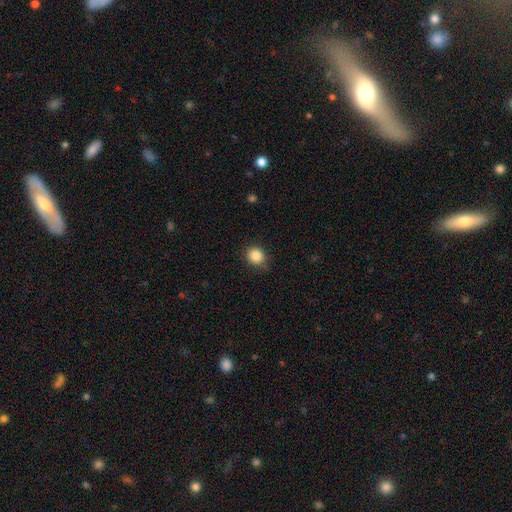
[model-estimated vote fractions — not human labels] Smooth or featured? Predicted: smooth (p=0.86). How rounded? Predicted: round (p=0.83). Merging? Predicted: none (p=0.81).